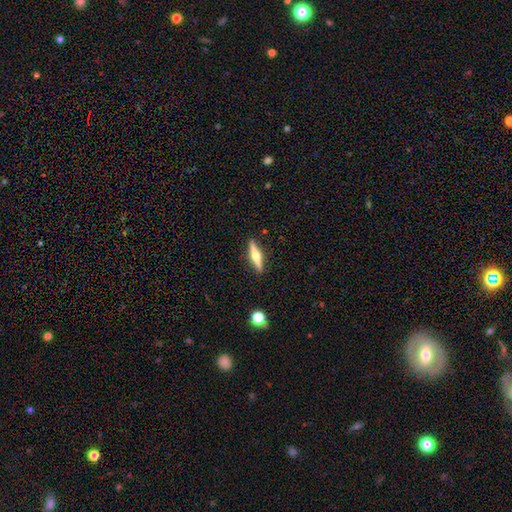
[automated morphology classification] Smooth or featured: featured or disk — 73% (smooth — 22%)
Edge-on disk: yes — 98% (no — 2%)
Edge-on bulge: rounded — 95% (boxy — 3%)
Merging: none — 90% (minor disturbance — 7%)